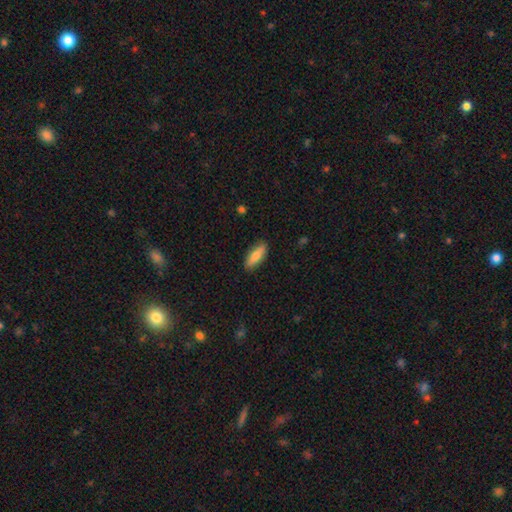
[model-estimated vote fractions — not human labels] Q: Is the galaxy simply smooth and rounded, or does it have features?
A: smooth — 76%.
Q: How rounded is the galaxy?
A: in between — 56%.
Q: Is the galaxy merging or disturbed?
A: none — 87%.